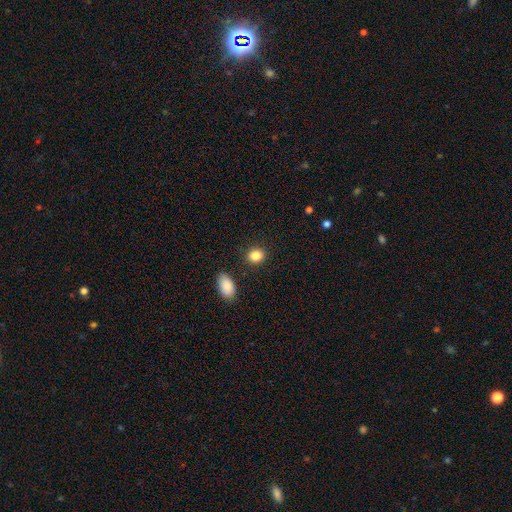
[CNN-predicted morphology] type=smooth (86%); roundness=round (60%); merging=none (87%).